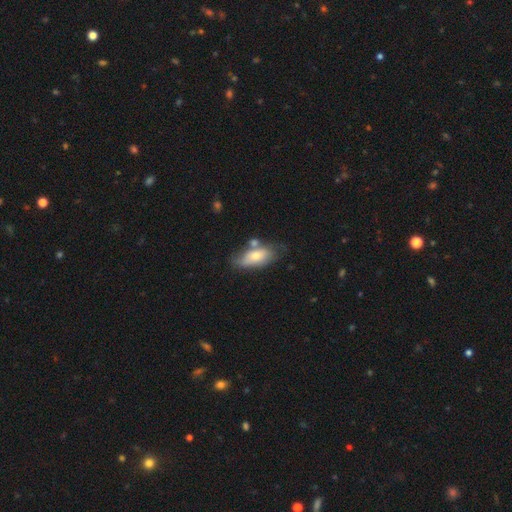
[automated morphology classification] smooth-or-featured: smooth: 66% | featured or disk: 28% | star or artifact: 6%
  how-rounded: in between: 87% | cigar-shaped: 10% | round: 3%
  merging: none: 51% | minor disturbance: 24% | merger: 17% | major disturbance: 8%